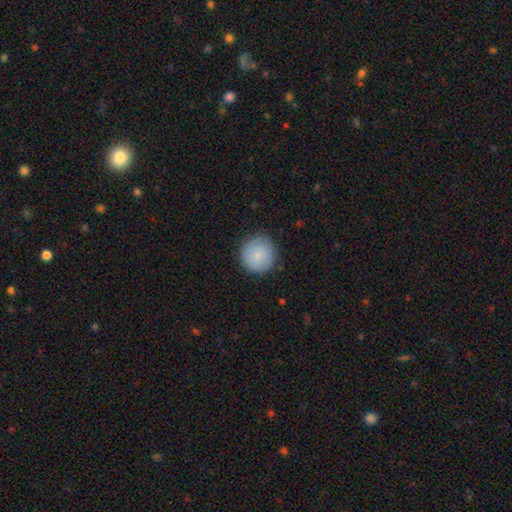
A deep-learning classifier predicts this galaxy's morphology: The model was most divided on "merging": none: 87%, minor disturbance: 10%, major disturbance: 2%, merger: 1%. More confident: how rounded — round (95%); smooth or featured — smooth (87%).